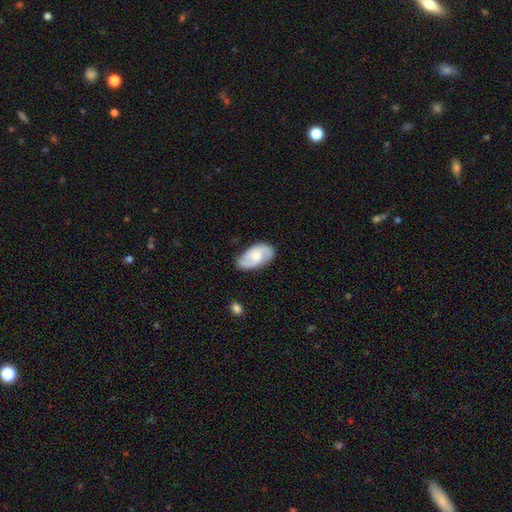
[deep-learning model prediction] This is likely a featured or disk galaxy (68%). It is clearly not viewed edge-on (96%). Bar: possibly no (58%). Spiral arm pattern: clearly yes (92%). Spiral arm count: clearly 2 (81%). Spiral winding: possibly medium (49%). Central bulge: possibly moderate (52%). Merging: likely none (77%).